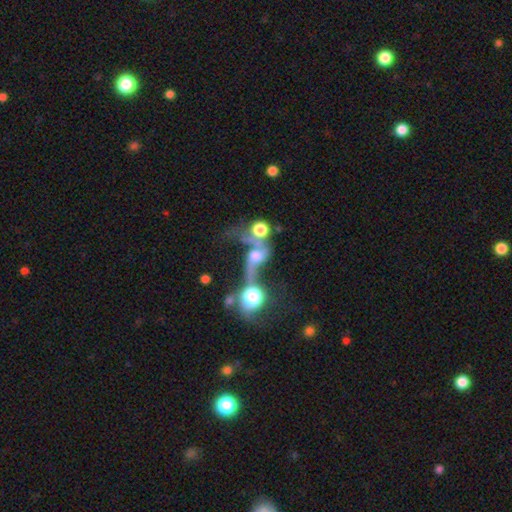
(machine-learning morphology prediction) Smooth or featured? featured or disk (46%)
Merging? merger (55%)